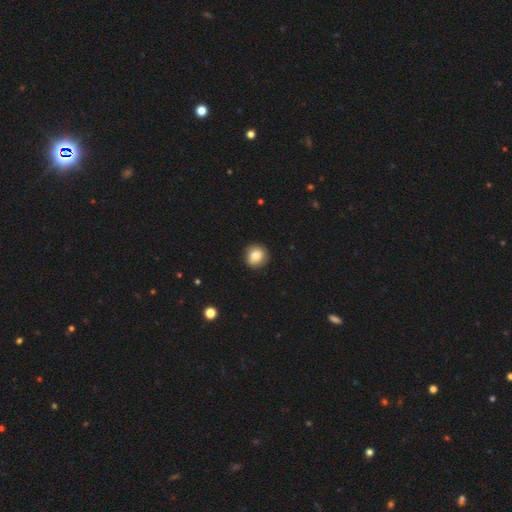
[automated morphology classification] A smooth galaxy with no disk features (83%) that is round (85%).

Vote fractions:
- Smooth or featured? smooth: 83% / star or artifact: 9% / featured or disk: 8%
- How rounded? round: 85% / in between: 14% / cigar-shaped: 1%
- Merging? none: 88% / minor disturbance: 9% / major disturbance: 2% / merger: 1%